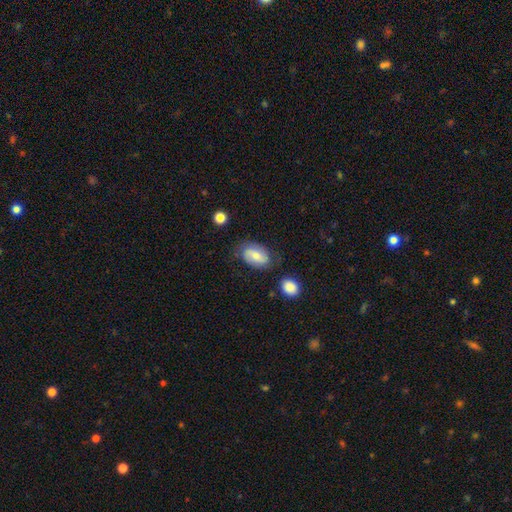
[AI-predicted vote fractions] Smooth or featured? smooth (52%)
How rounded? in between (87%)
Merging? none (72%)